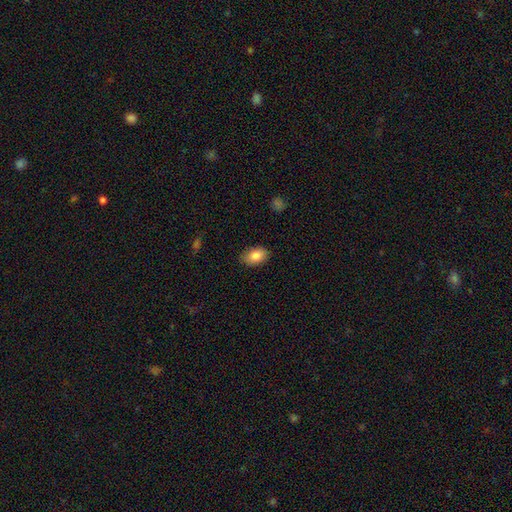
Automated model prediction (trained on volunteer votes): Smooth or featured: smooth — 86% (star or artifact — 7%)
How rounded: in between — 89% (round — 10%)
Merging: none — 85% (minor disturbance — 12%)